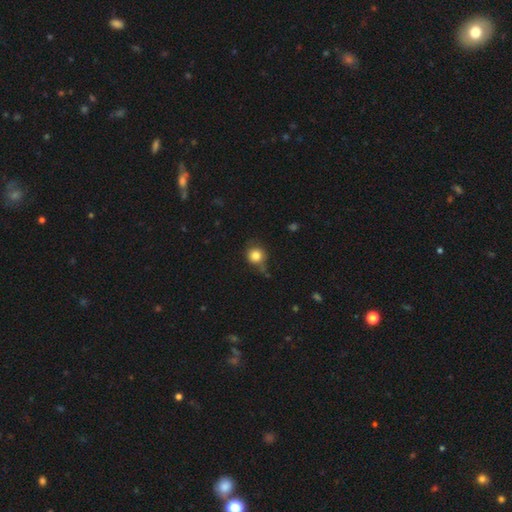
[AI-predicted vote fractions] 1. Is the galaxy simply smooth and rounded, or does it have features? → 82% smooth, 11% star or artifact, 7% featured or disk.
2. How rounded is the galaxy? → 89% round, 10% in between, 1% cigar-shaped.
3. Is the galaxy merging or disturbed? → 67% none, 23% minor disturbance, 6% major disturbance, 5% merger.